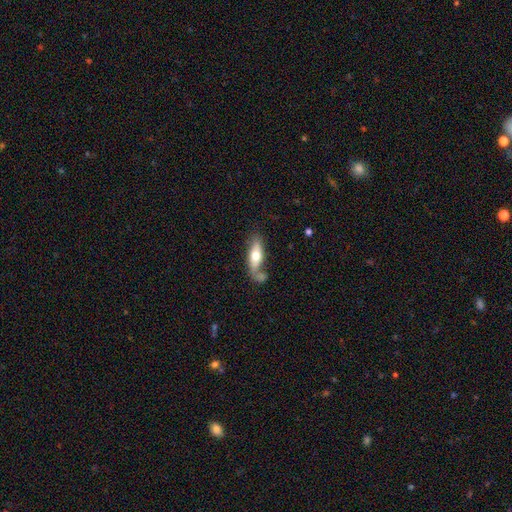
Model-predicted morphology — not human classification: Smooth or featured?
  - smooth: 59% *
  - featured or disk: 35%
  - star or artifact: 6%
How rounded?
  - in between: 65% *
  - cigar-shaped: 32%
  - round: 3%
Merging?
  - none: 52% *
  - merger: 22%
  - minor disturbance: 18%
  - major disturbance: 8%